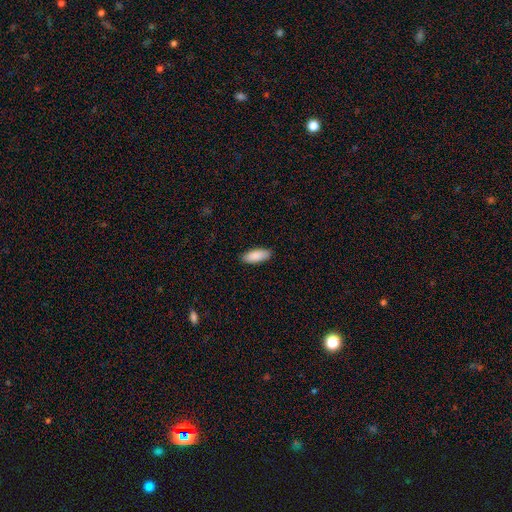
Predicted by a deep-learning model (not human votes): This is clearly a smooth galaxy (90%). How rounded: clearly in between (81%). Merging: clearly none (89%).